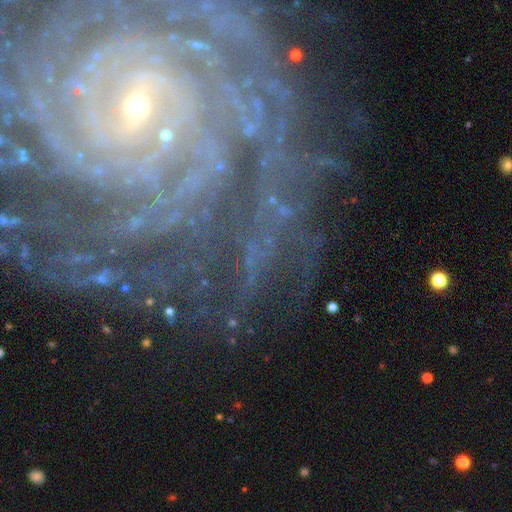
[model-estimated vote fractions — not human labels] A featured or disk galaxy (68%) with no bar (41%), tight (72%) spiral arms (94%) and a small central bulge (68%).

Vote fractions:
- Smooth or featured? featured or disk: 68% / star or artifact: 22% / smooth: 10%
- Edge-on disk? no: 95% / yes: 5%
- Bar? no: 41% / strong: 30% / weak: 29%
- Spiral arms? yes: 94% / no: 6%
- Spiral winding? tight: 72% / medium: 22% / loose: 7%
- Spiral arm count? can't tell: 27% / 2: 17% / 3: 16% / more than 4: 14% / 4: 14% / 1: 12%
- Bulge size? small: 68% / moderate: 18% / none: 8% / large: 4% / dominant: 2%
- Merging? none: 67% / minor disturbance: 16% / major disturbance: 13% / merger: 4%